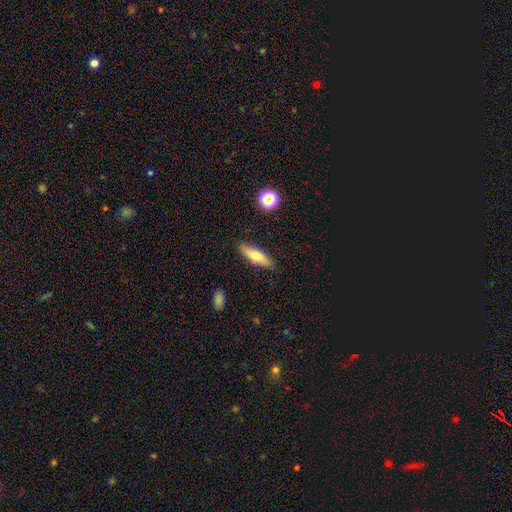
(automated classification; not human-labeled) Morphology: type=smooth (67%); roundness=cigar-shaped (53%); merging=none (85%).